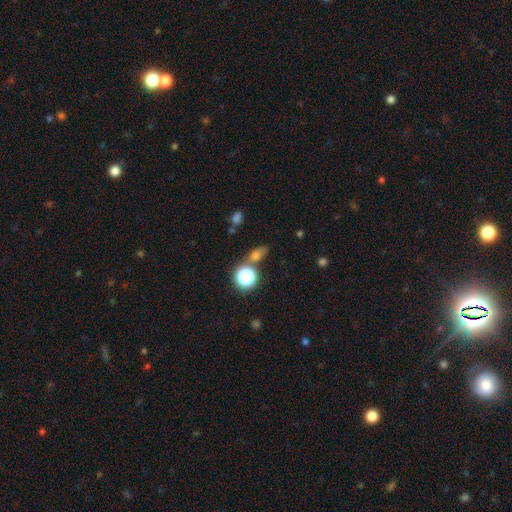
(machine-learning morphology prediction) This is likely a smooth galaxy (62%). How rounded: possibly in between (54%). Merging: likely none (64%).